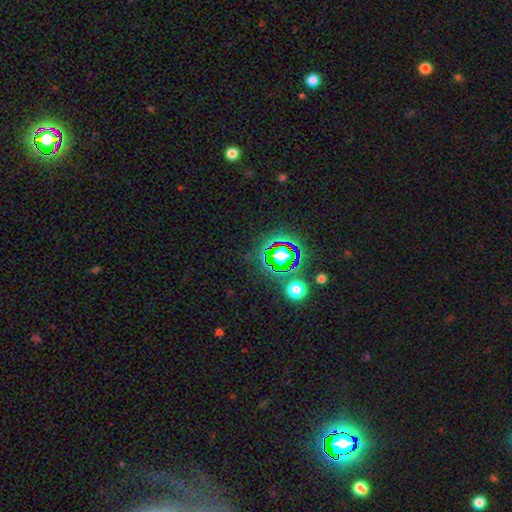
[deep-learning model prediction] Smooth or featured?
  - star or artifact: 75% *
  - smooth: 16%
  - featured or disk: 9%